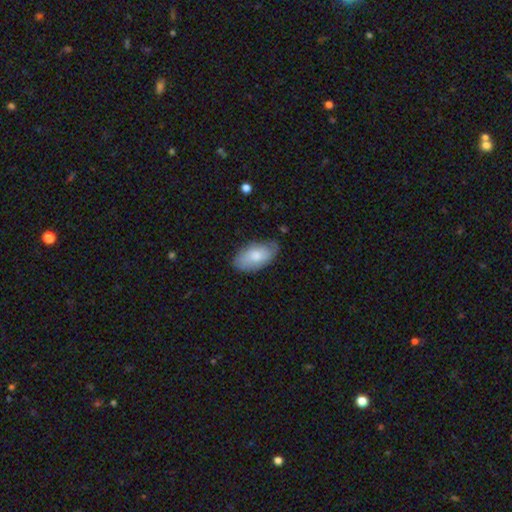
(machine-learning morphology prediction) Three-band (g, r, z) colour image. It shows a smooth galaxy with no disk features (76%) that is in between round and cigar-shaped (94%). Merging: none (72%).